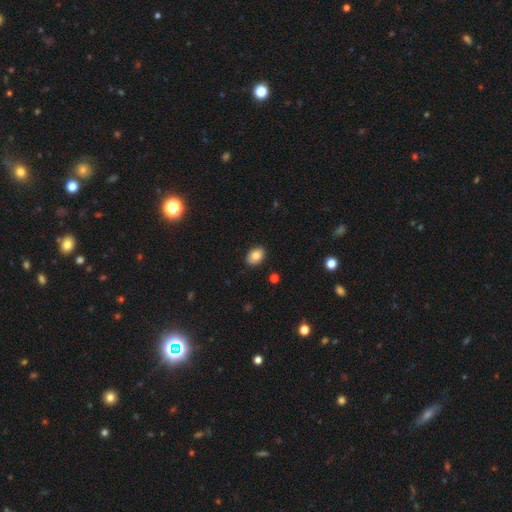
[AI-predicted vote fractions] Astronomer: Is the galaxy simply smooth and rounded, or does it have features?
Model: smooth — 83%.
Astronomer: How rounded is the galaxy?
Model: in between — 80%.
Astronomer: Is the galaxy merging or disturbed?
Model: none — 88%.